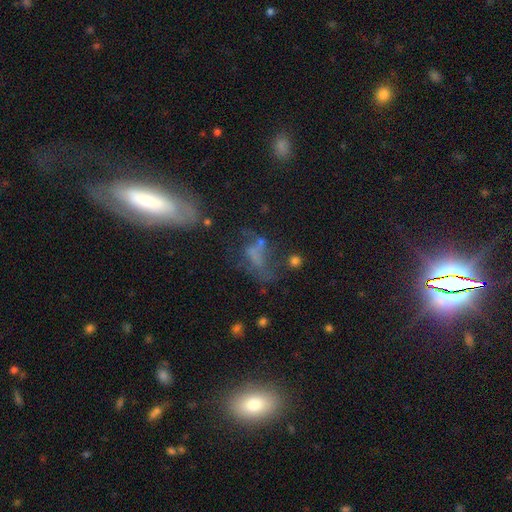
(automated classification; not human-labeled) smooth_or_featured: smooth (p=0.41) [alt: featured or disk p=0.36]
merging: none (p=0.33) [tied with: major disturbance p=0.33]